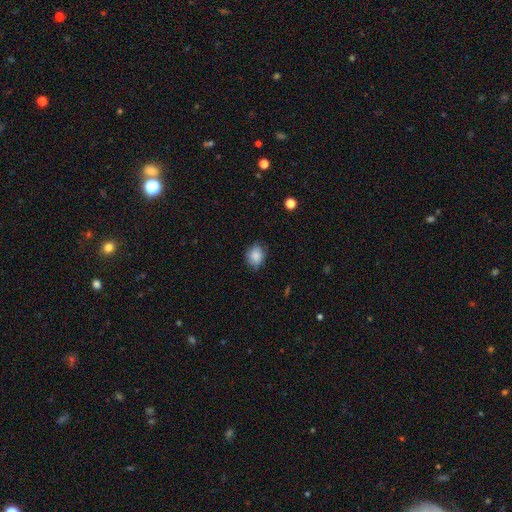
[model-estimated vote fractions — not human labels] Morphology: type=smooth (84%); roundness=round (60%); merging=none (76%).